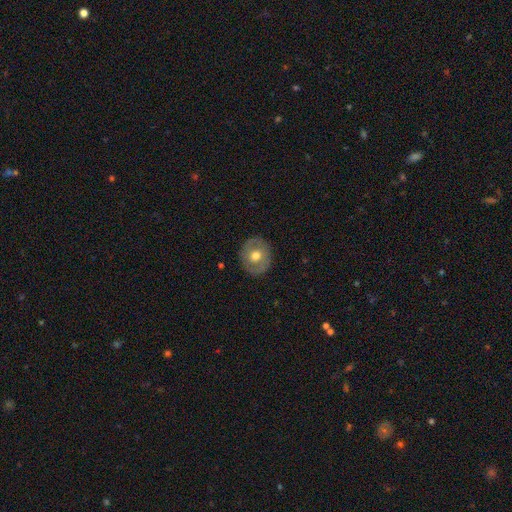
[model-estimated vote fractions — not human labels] Smooth or featured?
  - smooth: 52% *
  - featured or disk: 42%
  - star or artifact: 7%
How rounded?
  - round: 76% *
  - in between: 23%
  - cigar-shaped: 1%
Merging?
  - none: 86% *
  - minor disturbance: 10%
  - major disturbance: 3%
  - merger: 1%